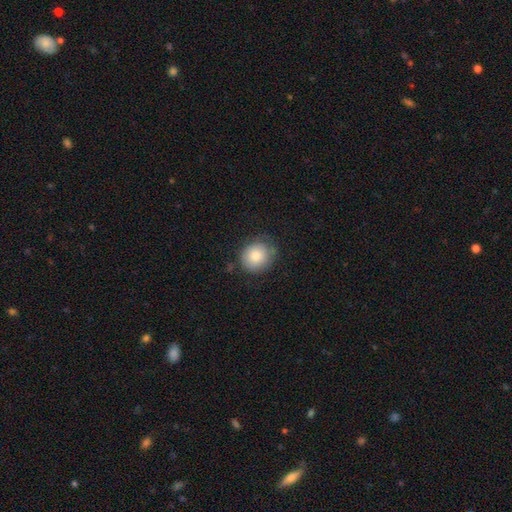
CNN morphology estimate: Overall: smooth (80%). How rounded: round (79%). Merging: none (70%).